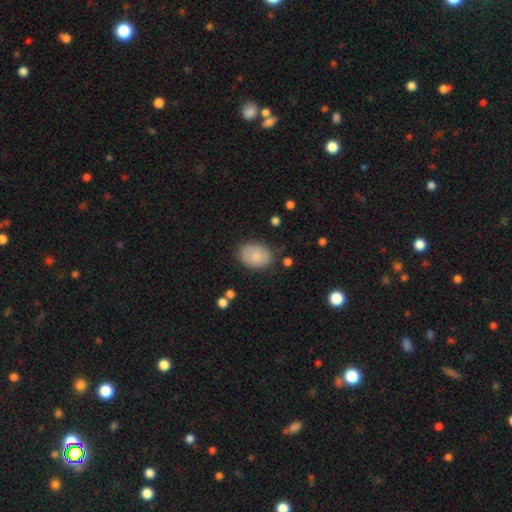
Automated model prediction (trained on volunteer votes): This appears to be a smooth galaxy with no disk features (83%) that is in between round and cigar-shaped (71%). Merging: none (75%).